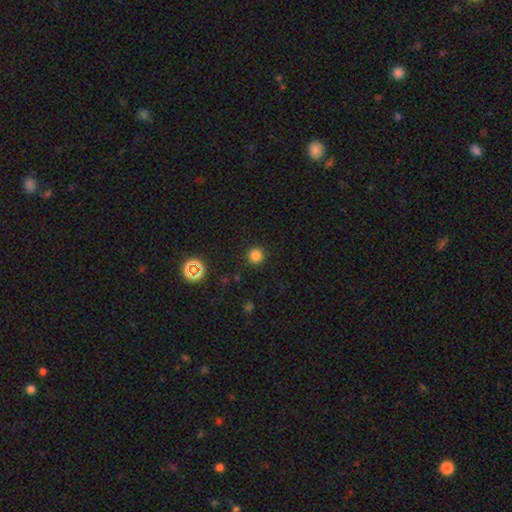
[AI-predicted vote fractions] smooth 81%, star or artifact 15%, featured or disk 4%. Down the decision tree: how rounded — round (95%); merging — none (91%).